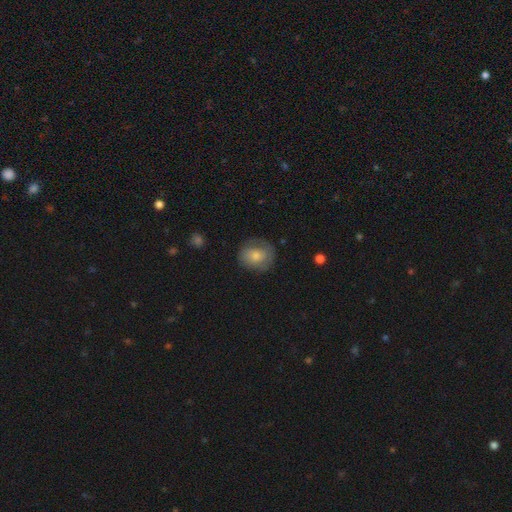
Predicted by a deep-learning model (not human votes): Q: Smooth or featured?
A: smooth (65%); runner-up: featured or disk (27%)
Q: How rounded?
A: round (69%); runner-up: in between (30%)
Q: Merging?
A: none (69%); runner-up: minor disturbance (21%)